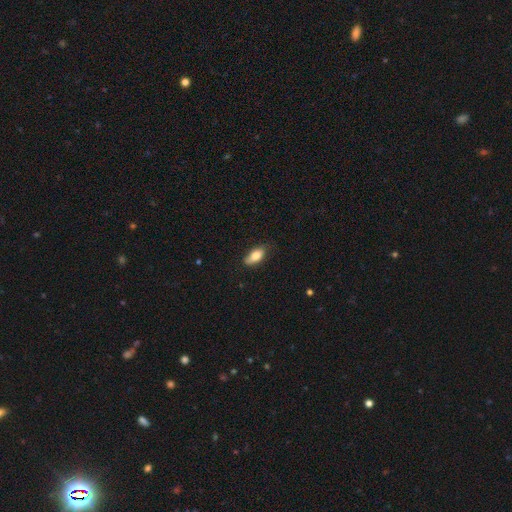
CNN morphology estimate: Smooth or featured? smooth (81%)
How rounded? in between (86%)
Merging? none (73%)